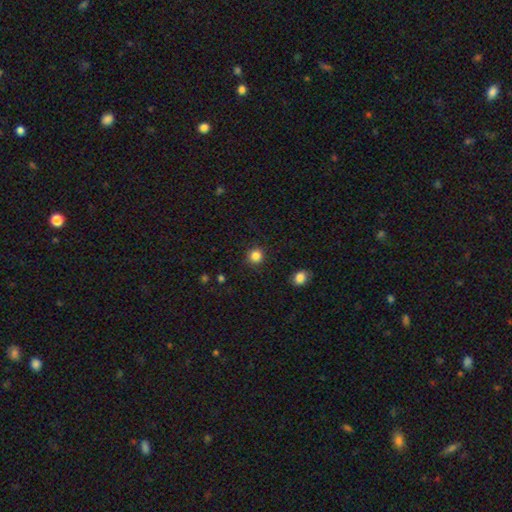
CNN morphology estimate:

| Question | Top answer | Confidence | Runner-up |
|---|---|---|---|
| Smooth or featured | smooth | 85% | star or artifact (11%) |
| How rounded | round | 92% | in between (7%) |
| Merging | none | 90% | minor disturbance (7%) |